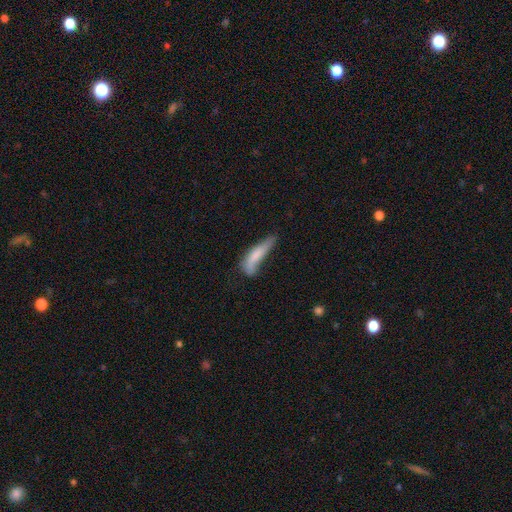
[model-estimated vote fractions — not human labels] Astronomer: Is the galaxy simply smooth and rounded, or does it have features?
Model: smooth — 71%.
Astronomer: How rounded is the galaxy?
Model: cigar-shaped — 73%.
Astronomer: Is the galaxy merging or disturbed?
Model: none — 34% (runner-up: minor disturbance, 33%).